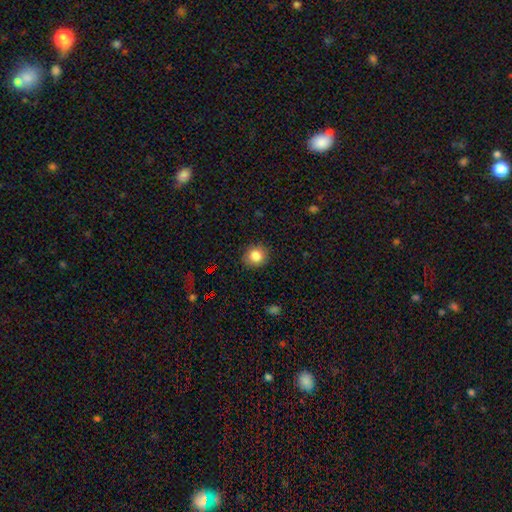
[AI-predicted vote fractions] Morphology: type=smooth (84%); roundness=round (83%); merging=none (87%).